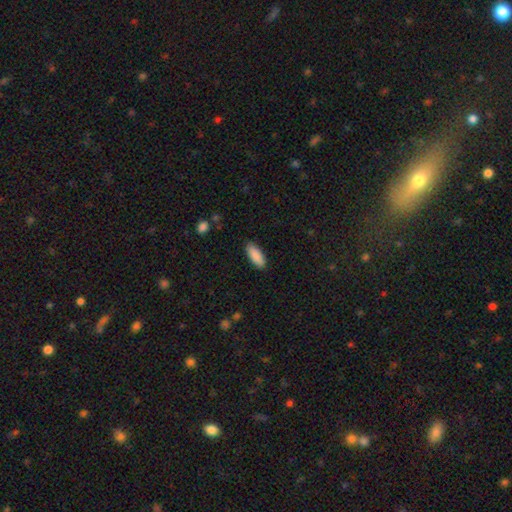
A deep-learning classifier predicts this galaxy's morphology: Smooth or featured? smooth (90%)
How rounded? in between (79%)
Merging? none (87%)